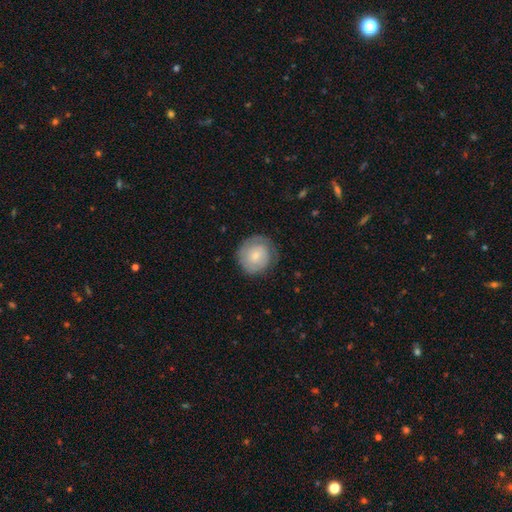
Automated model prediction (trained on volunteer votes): smooth 57%, featured or disk 37%, star or artifact 6%. Down the decision tree: how rounded — round (90%); merging — none (72%).